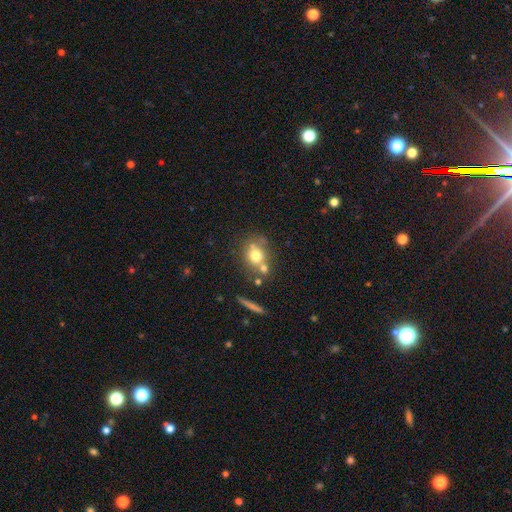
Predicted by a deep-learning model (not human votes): A smooth galaxy with no disk features (68%) that is round (70%). Merging: none (51%).